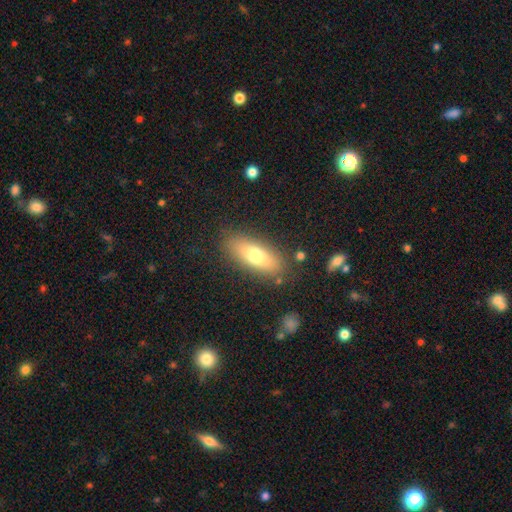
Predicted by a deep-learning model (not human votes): Smooth or featured?
  - smooth: 69% *
  - featured or disk: 23%
  - star or artifact: 7%
How rounded?
  - in between: 63% *
  - cigar-shaped: 35%
  - round: 3%
Merging?
  - none: 83% *
  - minor disturbance: 11%
  - major disturbance: 3%
  - merger: 3%